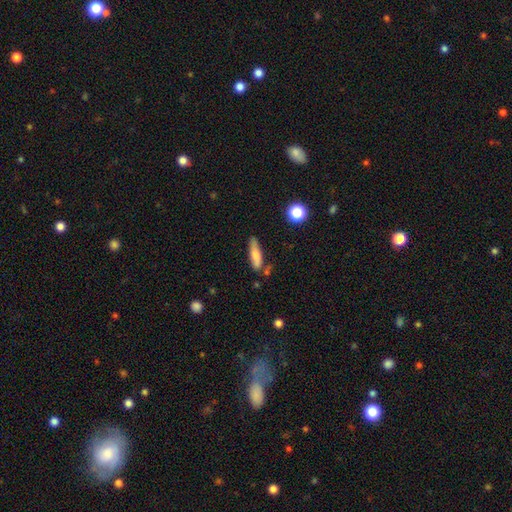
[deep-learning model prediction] Overall: smooth (73%). How rounded: cigar-shaped (64%; in between 33%). Merging: none (67%).